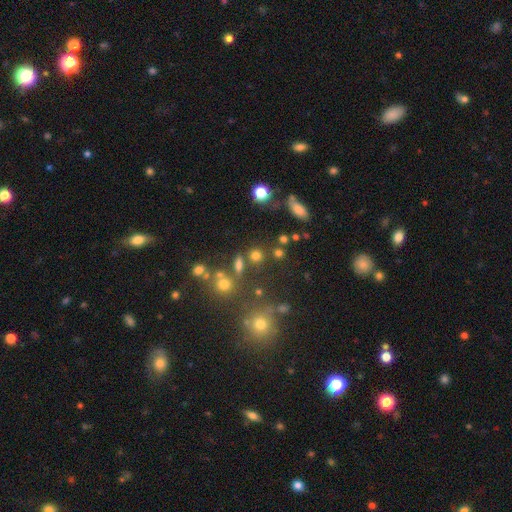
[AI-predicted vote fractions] This appears to be a smooth galaxy with no disk features (71%) that is round (71%). Merging: none (73%).